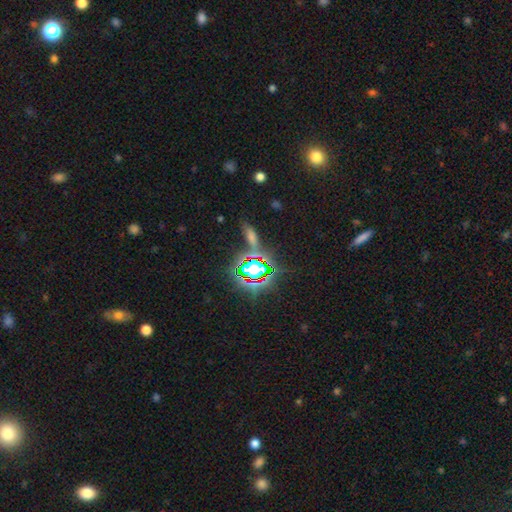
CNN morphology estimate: The model was most divided on "smooth or featured": star or artifact: 72%, smooth: 18%, featured or disk: 10%.